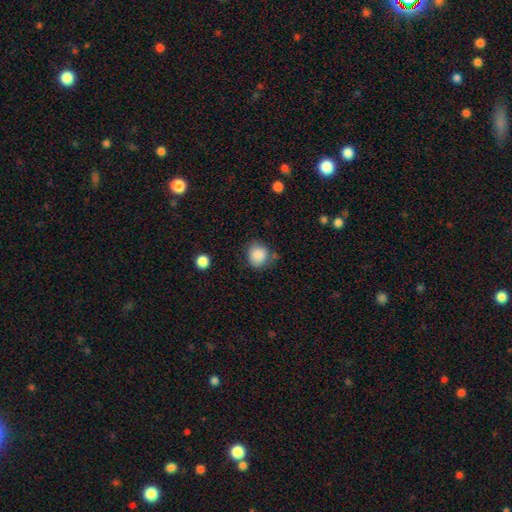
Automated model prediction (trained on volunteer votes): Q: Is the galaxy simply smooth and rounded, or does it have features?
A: smooth — 87%.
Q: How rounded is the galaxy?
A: round — 82%.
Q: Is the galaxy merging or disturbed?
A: none — 71%.